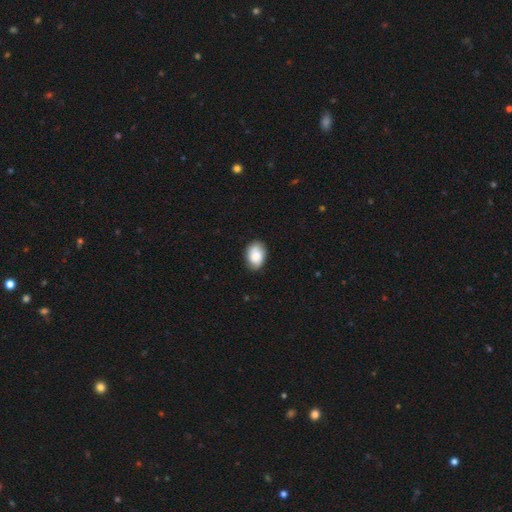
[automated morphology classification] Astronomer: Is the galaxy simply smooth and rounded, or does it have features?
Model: smooth — 81%.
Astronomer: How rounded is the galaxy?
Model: in between — 83%.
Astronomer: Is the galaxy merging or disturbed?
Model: none — 81%.